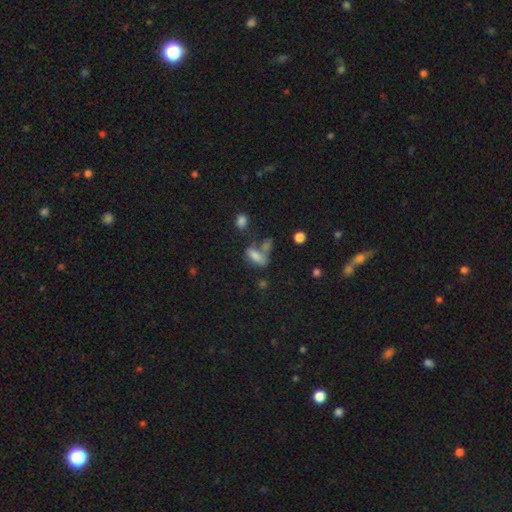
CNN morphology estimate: Smooth or featured?
  - smooth: 72% *
  - featured or disk: 15%
  - star or artifact: 13%
How rounded?
  - in between: 73% *
  - cigar-shaped: 21%
  - round: 5%
Merging?
  - none: 42% *
  - merger: 29%
  - minor disturbance: 18%
  - major disturbance: 11%